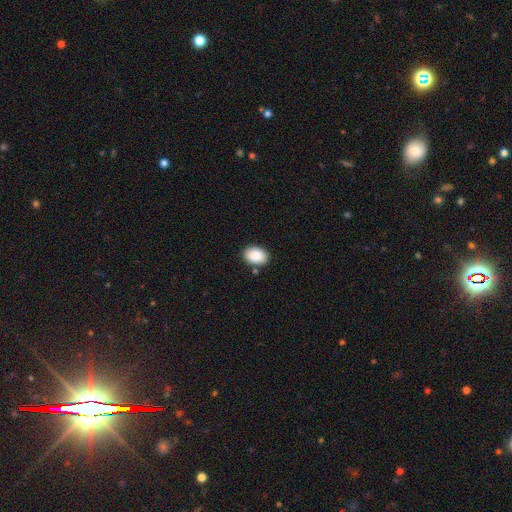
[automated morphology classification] type=smooth (90%); roundness=in between (85%); merging=none (85%).